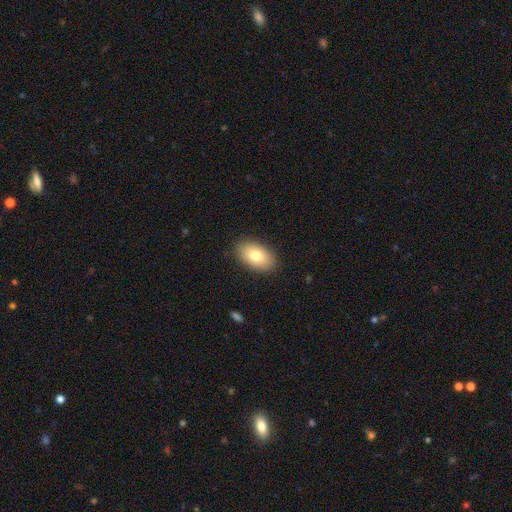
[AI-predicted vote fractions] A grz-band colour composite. It shows a smooth galaxy with no disk features (78%) that is in between round and cigar-shaped (93%). Merging: none (88%).